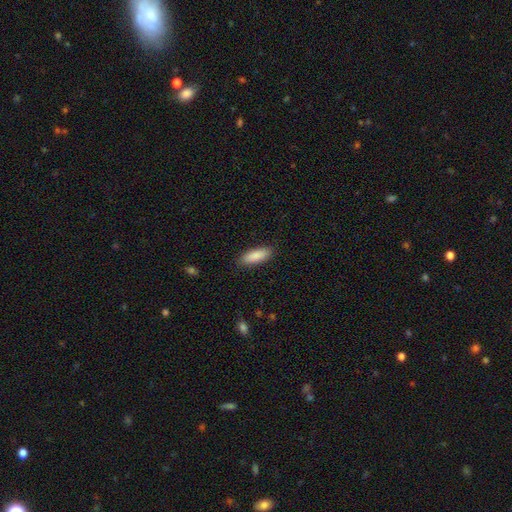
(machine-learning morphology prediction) A smooth galaxy with no disk features (88%) that is in between round and cigar-shaped (68%). Merging: none (88%).